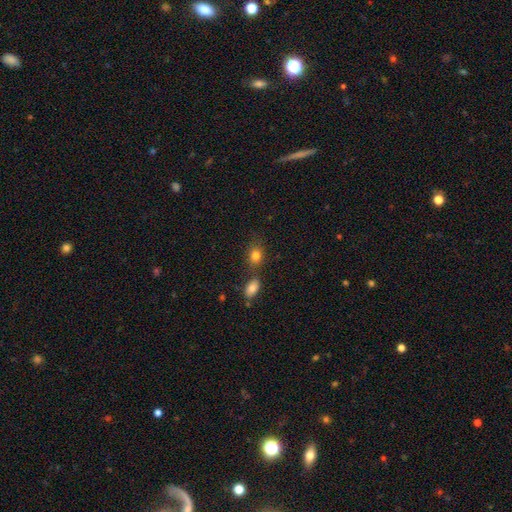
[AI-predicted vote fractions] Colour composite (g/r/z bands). It shows a smooth galaxy with no disk features (82%) that is in between round and cigar-shaped (58%). Merging: none (64%).